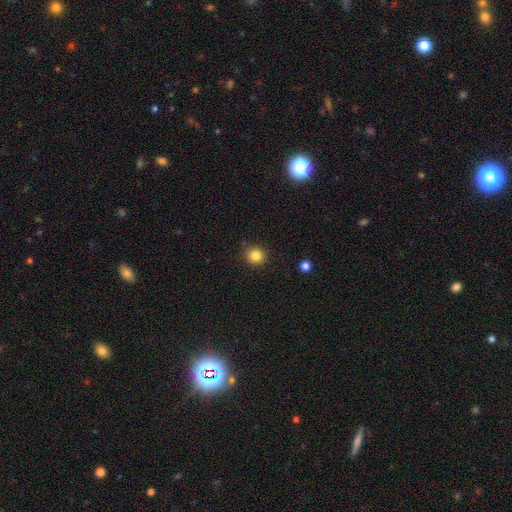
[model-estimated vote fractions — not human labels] This is clearly a smooth galaxy (84%). How rounded: clearly round (87%). Merging: clearly none (87%).